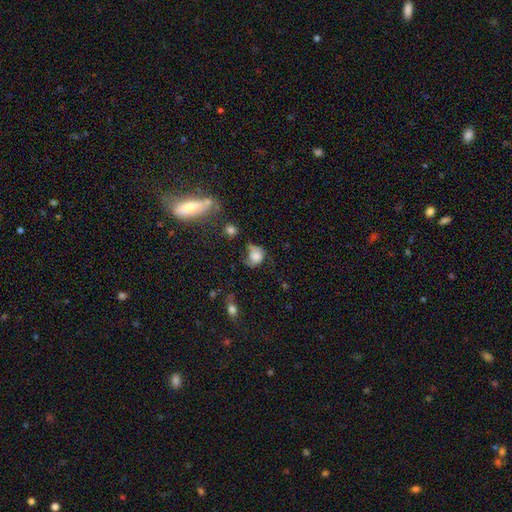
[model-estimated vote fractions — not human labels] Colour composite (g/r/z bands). It shows a smooth galaxy with no disk features (67%) that is round (55%). Merging: minor disturbance (31%, tied with none).